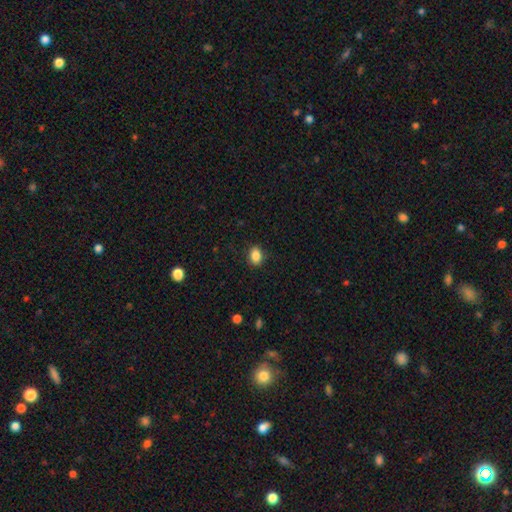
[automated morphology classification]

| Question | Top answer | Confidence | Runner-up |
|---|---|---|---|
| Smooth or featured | smooth | 87% | star or artifact (9%) |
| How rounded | in between | 73% | round (25%) |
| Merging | none | 87% | minor disturbance (9%) |